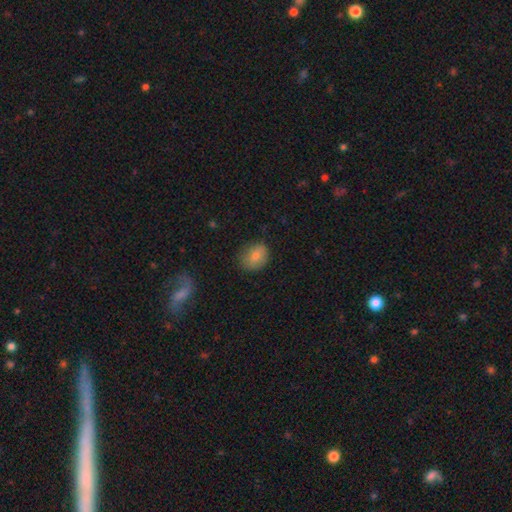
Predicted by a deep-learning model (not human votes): This appears to be a smooth galaxy with no disk features (75%) that is in between round and cigar-shaped (56%). Merging: none (75%).